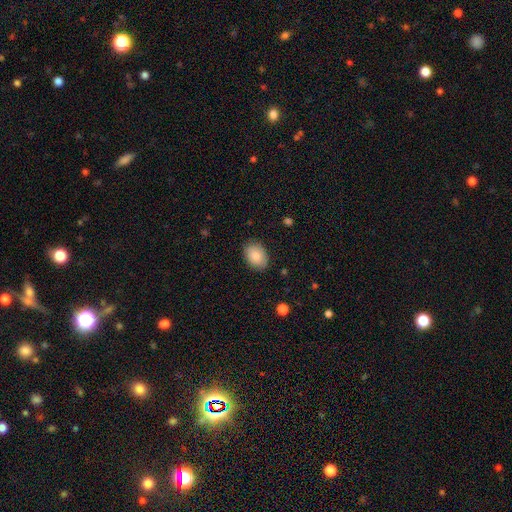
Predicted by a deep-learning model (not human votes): Smooth or featured? Predicted: smooth (p=0.86). How rounded? Predicted: in between (p=0.79). Merging? Predicted: none (p=0.86).